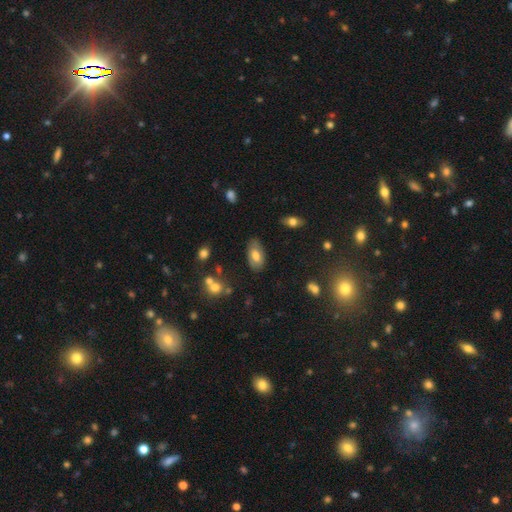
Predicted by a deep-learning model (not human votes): smooth 66%, featured or disk 27%, star or artifact 7%. Down the decision tree: how rounded — in between (93%); merging — none (76%).